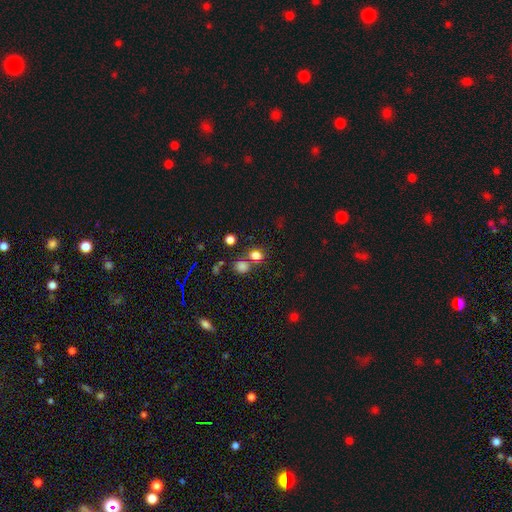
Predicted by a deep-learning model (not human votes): This is likely a smooth galaxy (72%). How rounded: likely round (72%). Merging: likely none (65%).